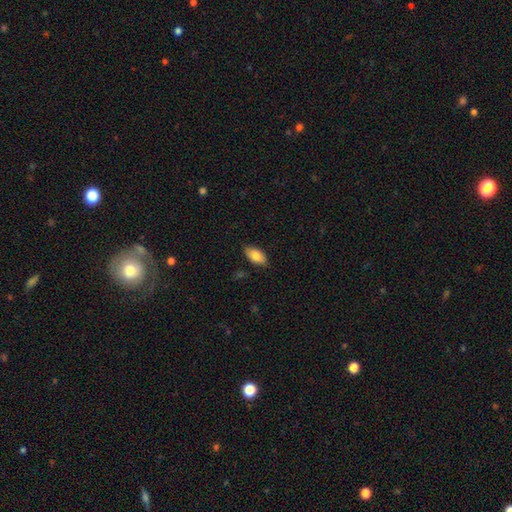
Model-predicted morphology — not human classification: Smooth or featured? Predicted: smooth (p=0.82). How rounded? Predicted: in between (p=0.93). Merging? Predicted: none (p=0.85).